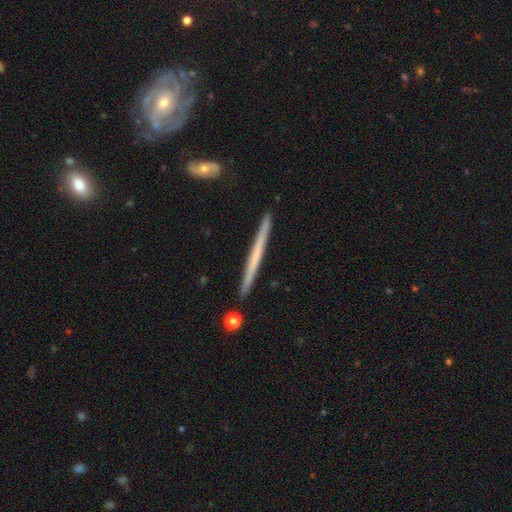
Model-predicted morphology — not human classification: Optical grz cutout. It shows a featured or disk galaxy (53%) viewed edge-on (97%) with no central bulge (88%). Merging: none (91%).